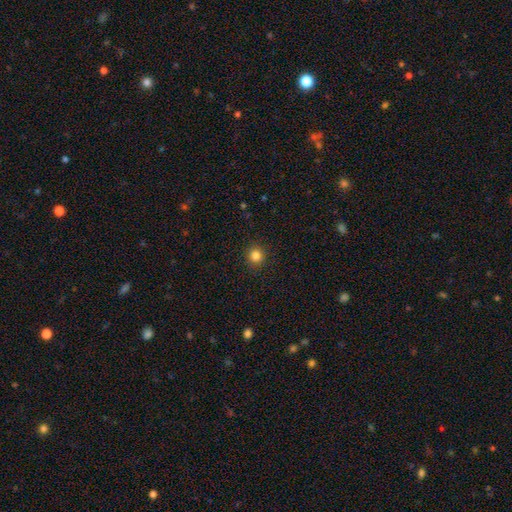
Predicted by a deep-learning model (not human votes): smooth_or_featured: smooth (p=0.84) [alt: star or artifact p=0.12]
how_rounded: round (p=0.93) [alt: in between p=0.06]
merging: none (p=0.92) [alt: minor disturbance p=0.05]